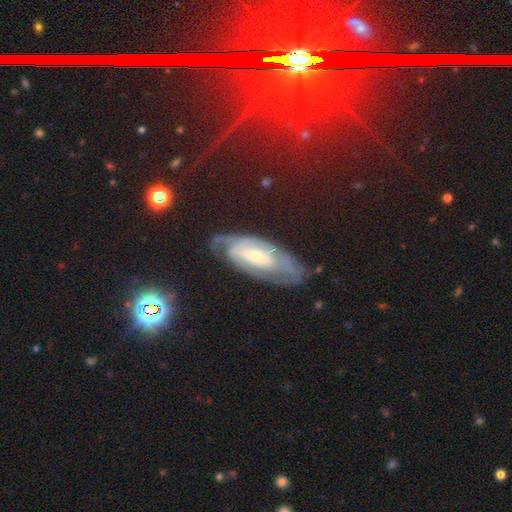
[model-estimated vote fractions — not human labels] Smooth or featured: featured or disk — 74% (smooth — 17%)
Edge-on disk: no — 88% (yes — 12%)
Bar: no — 50% (weak — 36%)
Spiral arms: yes — 84% (no — 16%)
Spiral winding: tight — 62% (medium — 29%)
Spiral arm count: can't tell — 54% (2 — 26%)
Bulge size: small — 59% (moderate — 32%)
Merging: none — 60% (minor disturbance — 24%)